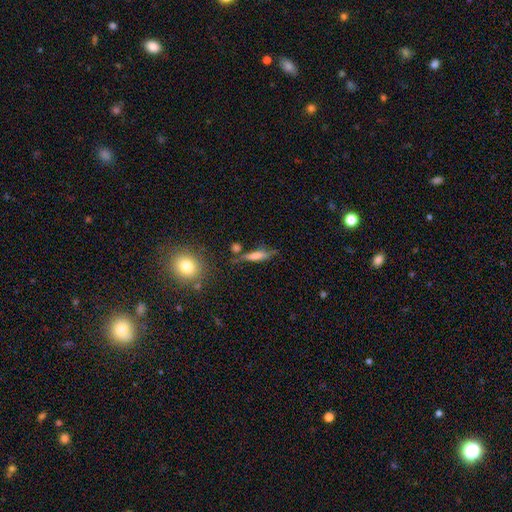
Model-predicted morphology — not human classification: smooth_or_featured: smooth (p=0.51) [alt: featured or disk p=0.38]
how_rounded: cigar-shaped (p=0.77) [alt: in between p=0.19]
merging: none (p=0.70) [alt: minor disturbance p=0.16]